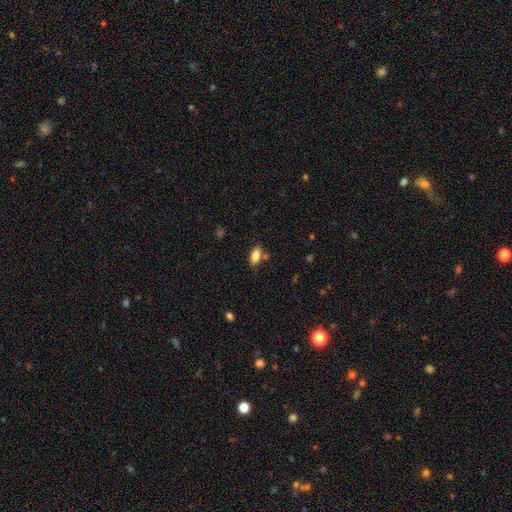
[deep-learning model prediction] Q: Smooth or featured?
A: smooth (84%); runner-up: featured or disk (8%)
Q: How rounded?
A: in between (89%); runner-up: cigar-shaped (7%)
Q: Merging?
A: none (77%); runner-up: minor disturbance (13%)